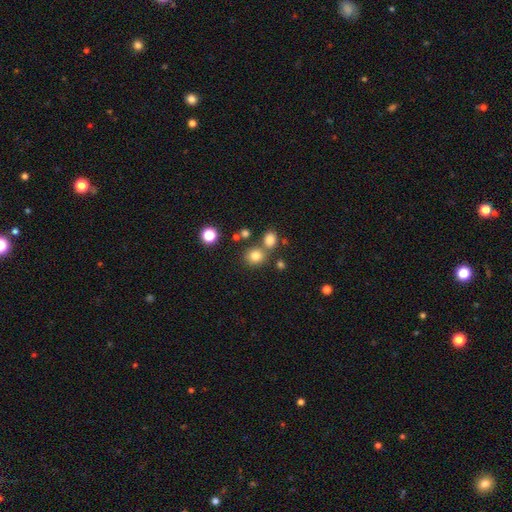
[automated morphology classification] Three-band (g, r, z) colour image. It shows a smooth galaxy with no disk features (79%) that is round (80%). Merging: none (66%).